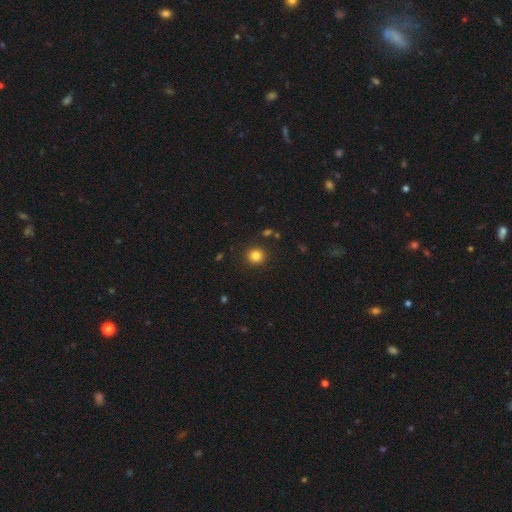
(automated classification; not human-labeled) Smooth or featured?
  - smooth: 83% *
  - star or artifact: 12%
  - featured or disk: 5%
How rounded?
  - round: 92% *
  - in between: 7%
  - cigar-shaped: 1%
Merging?
  - none: 90% *
  - minor disturbance: 6%
  - major disturbance: 2%
  - merger: 2%